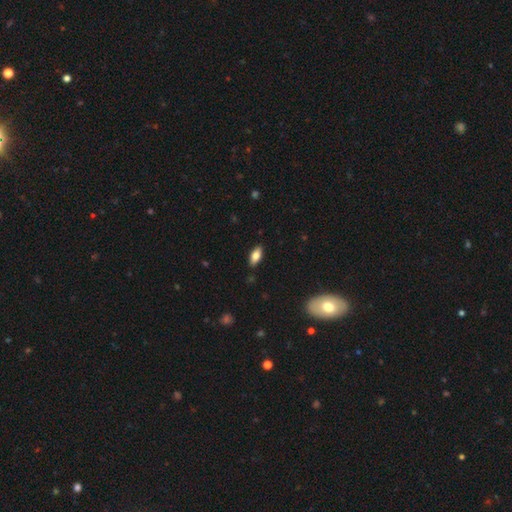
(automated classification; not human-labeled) A smooth galaxy with no disk features (75%) that is in between round and cigar-shaped (83%).

Vote fractions:
- Smooth or featured? smooth: 75% / featured or disk: 18% / star or artifact: 7%
- How rounded? in between: 83% / cigar-shaped: 14% / round: 3%
- Merging? none: 87% / minor disturbance: 10% / major disturbance: 2% / merger: 1%